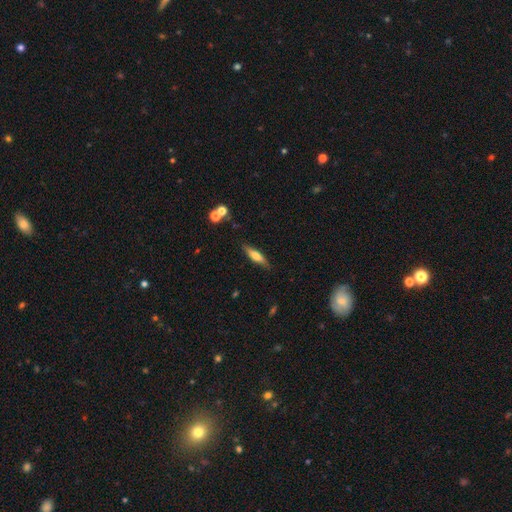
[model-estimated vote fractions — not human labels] This appears to be a smooth galaxy with no disk features (57%) that is cigar-shaped (70%). Merging: none (84%).